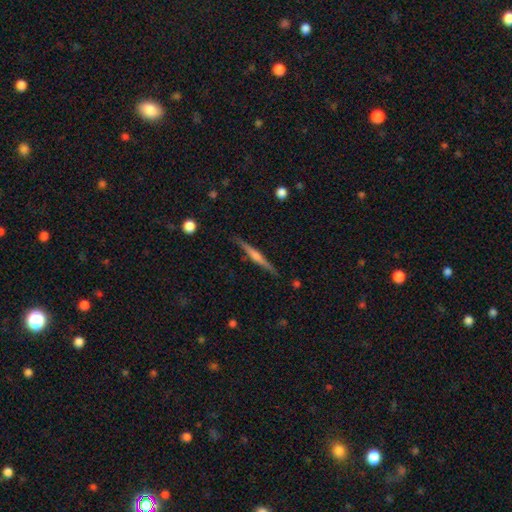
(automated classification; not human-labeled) This appears to be a featured or disk galaxy (72%) viewed edge-on (98%) with a rounded central bulge (70%). Merging: none (90%).